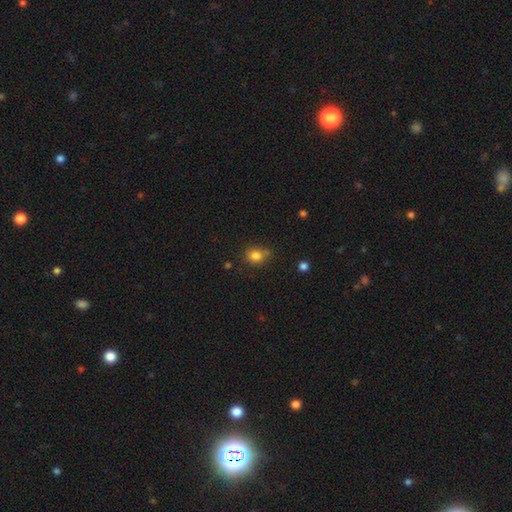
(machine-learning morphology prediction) smooth_or_featured: smooth (p=0.82) [alt: star or artifact p=0.12]
how_rounded: round (p=0.73) [alt: in between p=0.26]
merging: none (p=0.68) [alt: minor disturbance p=0.19]